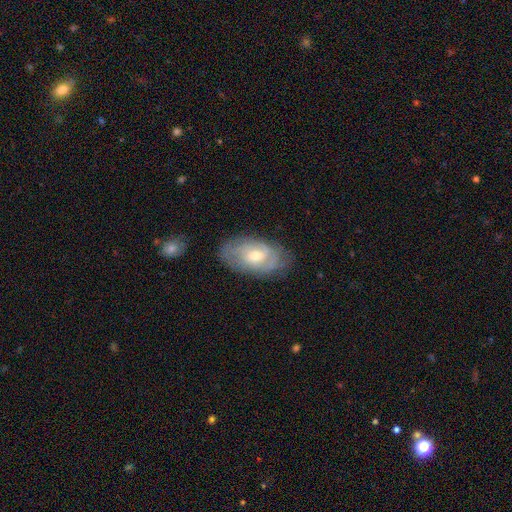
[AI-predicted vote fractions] A featured or disk galaxy (68%) with no bar (54%), tight (61%) spiral arms (81%) and a moderate central bulge (57%). Merging: none (75%).